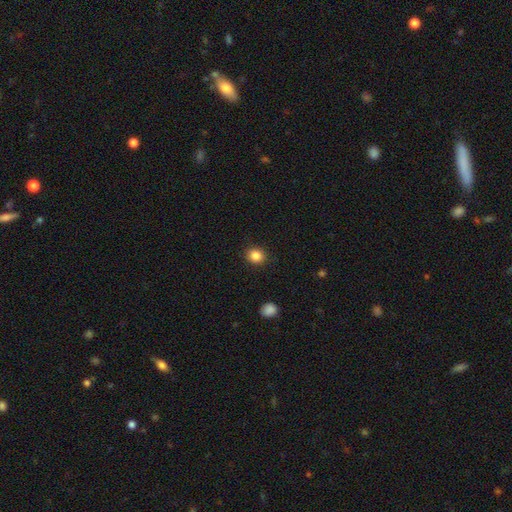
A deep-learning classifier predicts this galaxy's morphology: type=smooth (86%); roundness=round (78%); merging=none (90%).